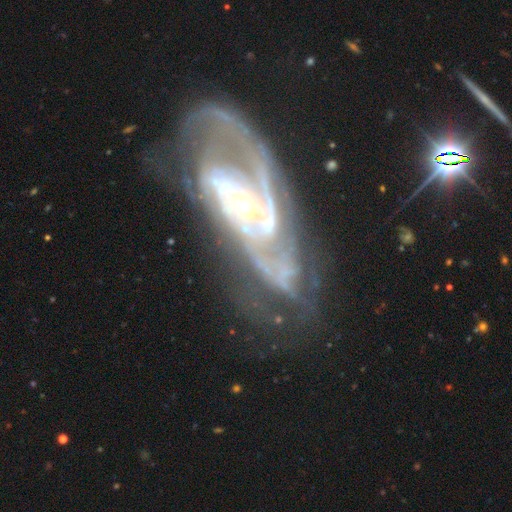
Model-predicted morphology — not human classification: Smooth or featured? featured or disk (88%)
Edge-on disk? no (93%)
Bar? no (62%)
Spiral arms? yes (93%)
Spiral winding? tight (46%)
Spiral arm count? 2 (46%)
Bulge size? small (47%)
Merging? none (50%)